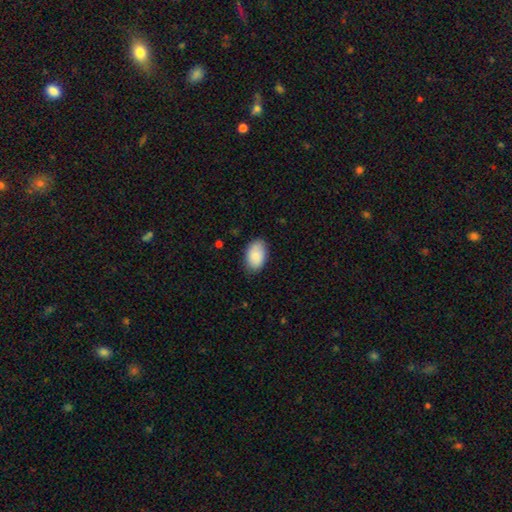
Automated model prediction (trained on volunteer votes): This is clearly a smooth galaxy (85%). How rounded: clearly in between (91%). Merging: clearly none (80%).